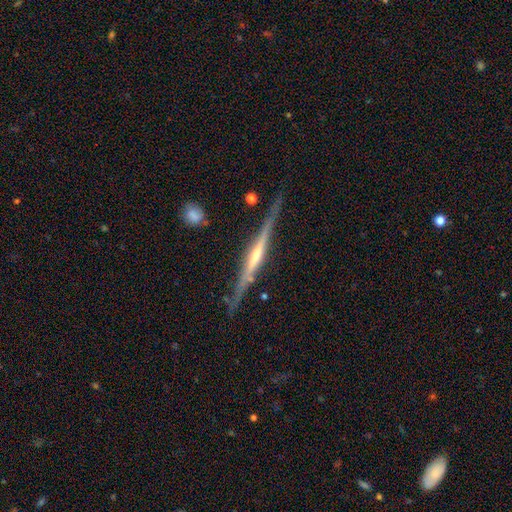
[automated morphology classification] smooth_or_featured: featured or disk (p=0.84) [alt: smooth p=0.11]
disk_edge_on: yes (p=0.97) [alt: no p=0.03]
edge_on_bulge: rounded (p=0.65) [alt: none p=0.20]
merging: none (p=0.83) [alt: minor disturbance p=0.12]